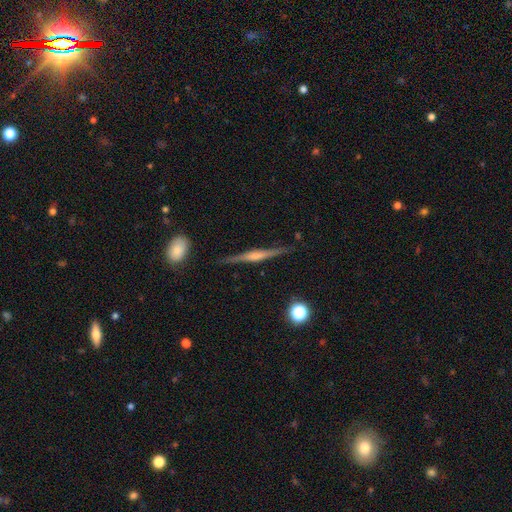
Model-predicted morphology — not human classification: Smooth or featured? Predicted: featured or disk (p=0.71). Edge-on disk? Predicted: yes (p=0.98). Edge-on bulge? Predicted: rounded (p=0.57). Merging? Predicted: none (p=0.88).